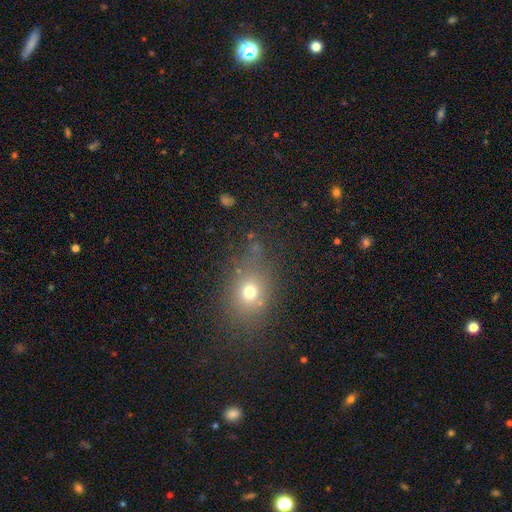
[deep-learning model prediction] smooth-or-featured: smooth: 61% | star or artifact: 27% | featured or disk: 12%
  how-rounded: round: 54% | in between: 44% | cigar-shaped: 2%
  merging: none: 76% | minor disturbance: 15% | major disturbance: 6% | merger: 4%